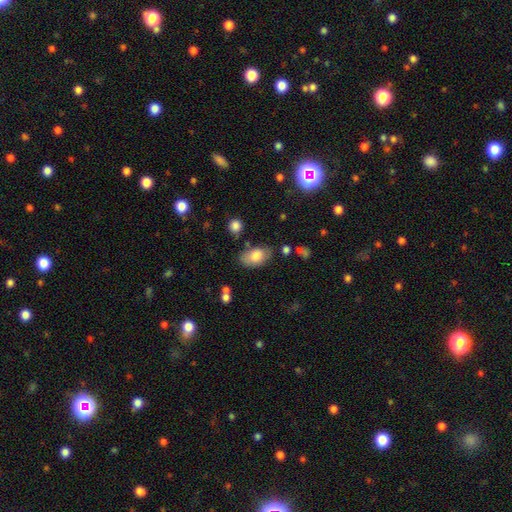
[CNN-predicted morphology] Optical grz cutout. It shows a smooth galaxy with no disk features (80%) that is in between round and cigar-shaped (92%). Merging: none (70%).